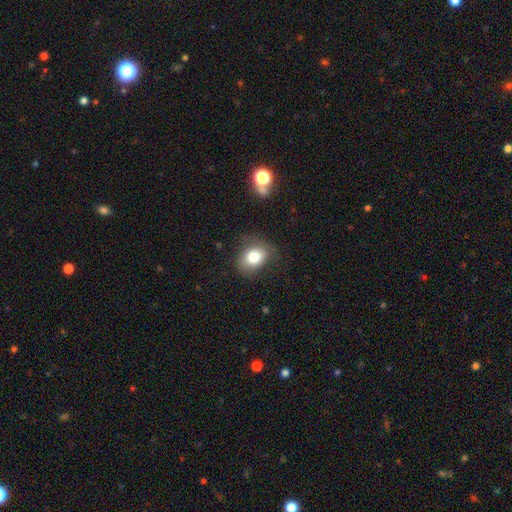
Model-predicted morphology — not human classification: smooth_or_featured: smooth (p=0.75) [alt: star or artifact p=0.13]
how_rounded: round (p=0.50) [alt: in between p=0.49]
merging: none (p=0.75) [alt: minor disturbance p=0.17]